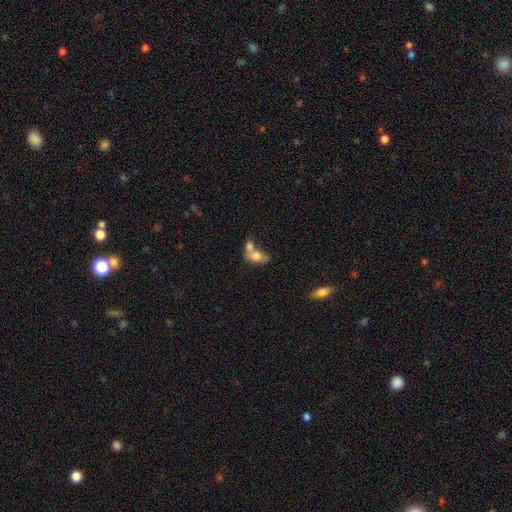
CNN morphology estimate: Smooth or featured?
  - smooth: 69% *
  - featured or disk: 23%
  - star or artifact: 8%
How rounded?
  - in between: 80% *
  - round: 17%
  - cigar-shaped: 3%
Merging?
  - merger: 66% *
  - none: 18%
  - minor disturbance: 9%
  - major disturbance: 7%